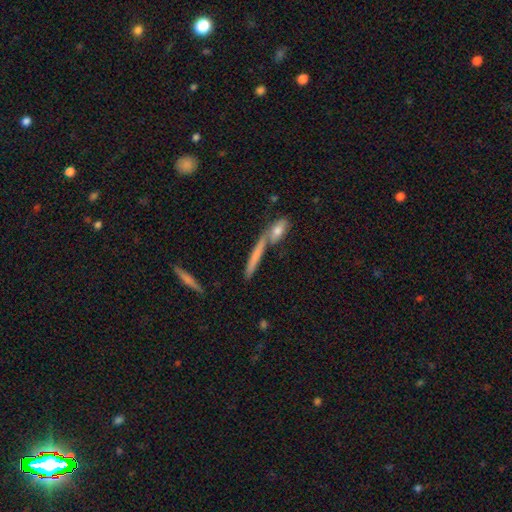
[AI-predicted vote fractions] Morphology: type=smooth (58%); roundness=cigar-shaped (88%); merging=none (56%).